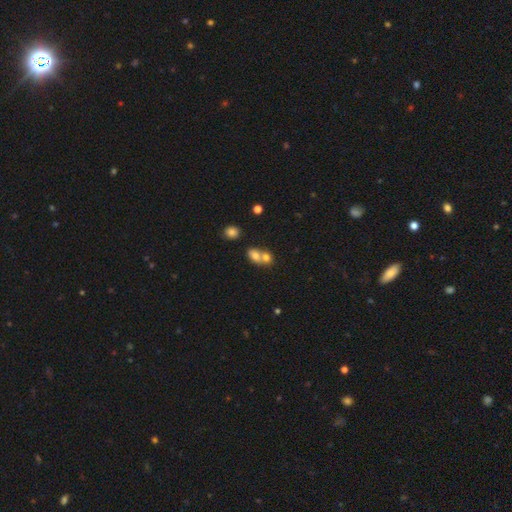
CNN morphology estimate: smooth-or-featured: smooth: 72% | featured or disk: 17% | star or artifact: 11%
  how-rounded: in between: 51% | round: 47% | cigar-shaped: 2%
  merging: merger: 67% | none: 24% | minor disturbance: 6% | major disturbance: 3%